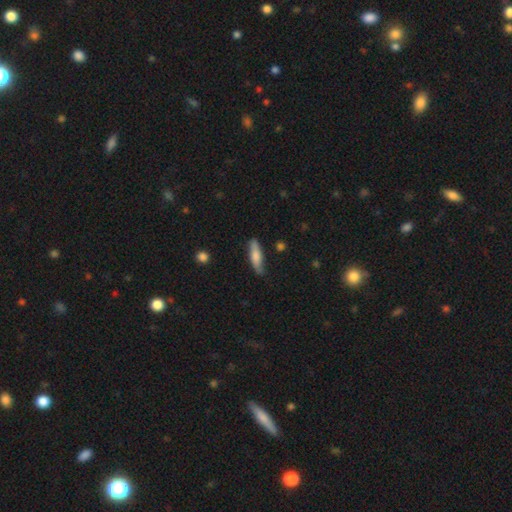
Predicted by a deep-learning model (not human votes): Smooth or featured?
  - smooth: 71% *
  - featured or disk: 23%
  - star or artifact: 6%
How rounded?
  - cigar-shaped: 62% *
  - in between: 36%
  - round: 2%
Merging?
  - none: 76% *
  - minor disturbance: 19%
  - major disturbance: 3%
  - merger: 2%